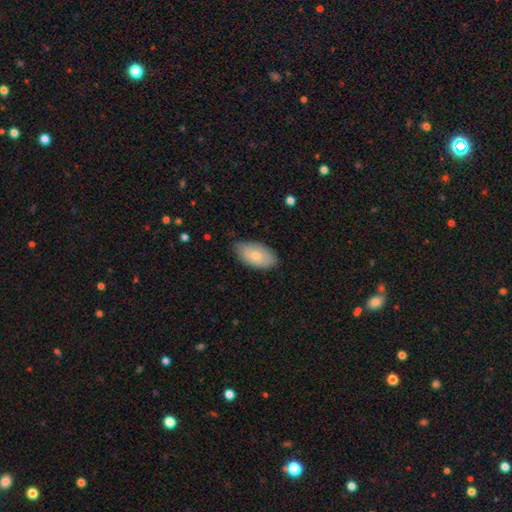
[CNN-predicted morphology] Smooth or featured?
  - smooth: 75% *
  - featured or disk: 19%
  - star or artifact: 6%
How rounded?
  - in between: 94% *
  - round: 4%
  - cigar-shaped: 2%
Merging?
  - none: 75% *
  - minor disturbance: 21%
  - major disturbance: 3%
  - merger: 1%